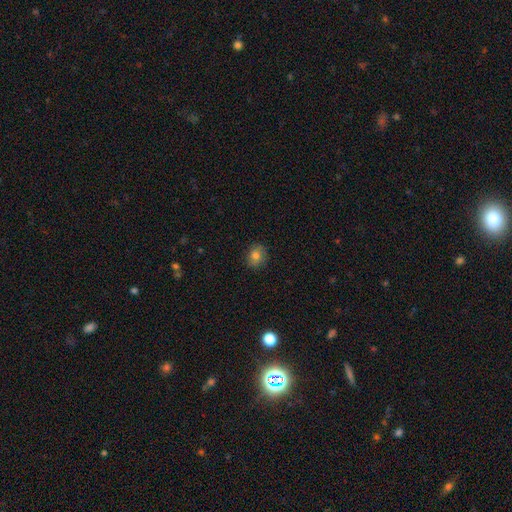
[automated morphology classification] A smooth galaxy with no disk features (76%) that is round (61%). Merging: none (86%).